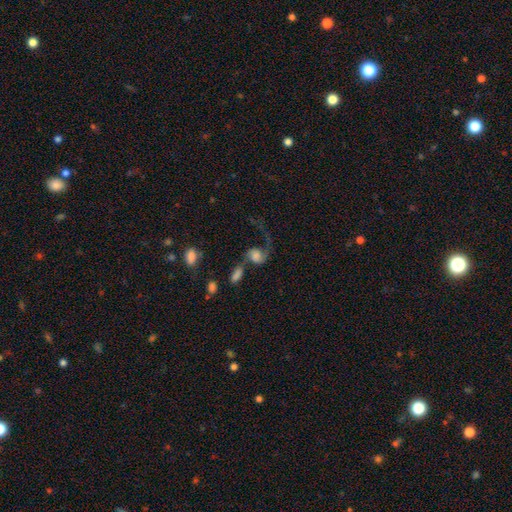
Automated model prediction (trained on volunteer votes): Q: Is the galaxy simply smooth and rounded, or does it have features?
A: featured or disk — 50%.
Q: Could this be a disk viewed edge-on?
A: no — 96%.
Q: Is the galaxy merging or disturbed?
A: major disturbance — 30%.